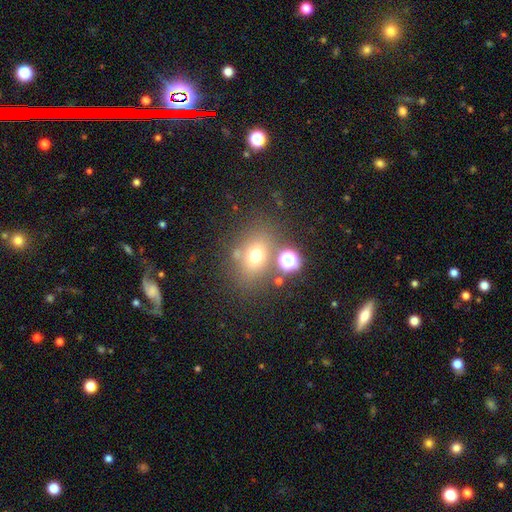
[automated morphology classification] Smooth or featured? smooth (67%)
How rounded? in between (57%)
Merging? none (66%)